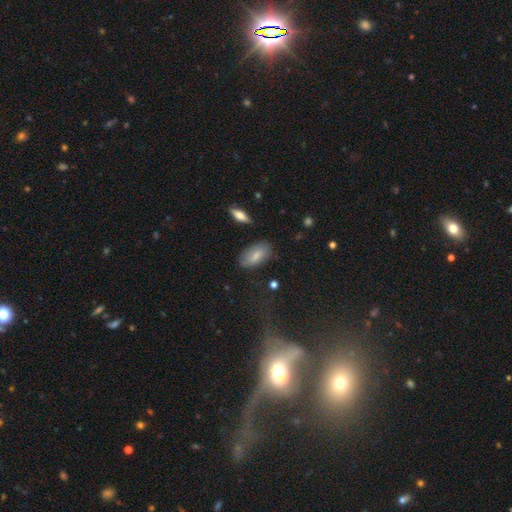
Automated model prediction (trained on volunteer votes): A smooth galaxy with no disk features (76%) that is in between round and cigar-shaped (90%). Merging: none (79%).